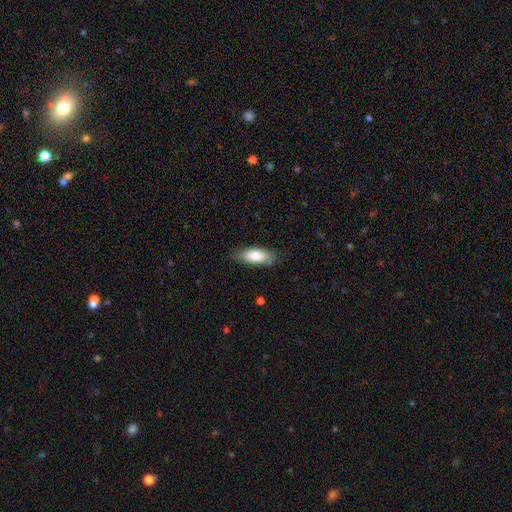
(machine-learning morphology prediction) Smooth or featured: smooth — 78% (featured or disk — 16%)
How rounded: in between — 80% (cigar-shaped — 18%)
Merging: none — 78% (minor disturbance — 17%)